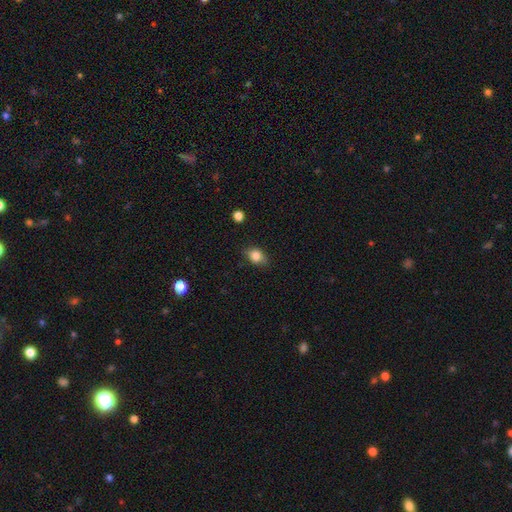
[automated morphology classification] The model was most divided on "how rounded": in between: 71%, round: 27%, cigar-shaped: 2%. More confident: smooth or featured — smooth (83%); merging — none (80%).